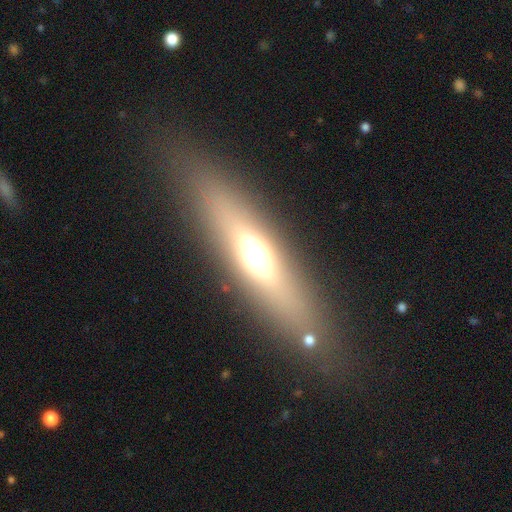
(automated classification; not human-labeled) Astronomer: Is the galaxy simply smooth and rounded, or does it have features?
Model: featured or disk — 45%, tied with smooth at 45%.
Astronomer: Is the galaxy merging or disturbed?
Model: none — 84%.